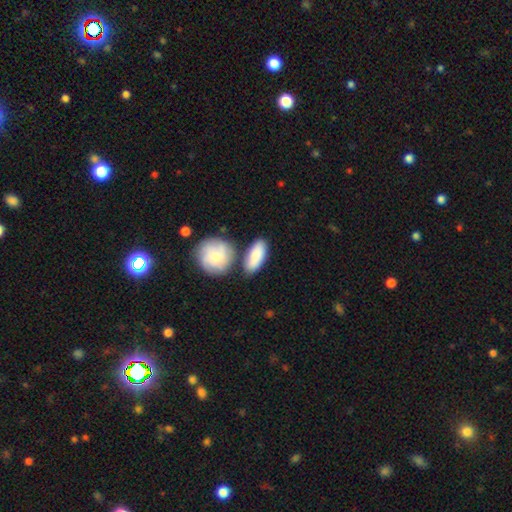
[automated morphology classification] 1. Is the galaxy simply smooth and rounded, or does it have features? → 82% smooth, 13% featured or disk, 5% star or artifact.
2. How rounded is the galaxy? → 82% in between, 13% cigar-shaped, 5% round.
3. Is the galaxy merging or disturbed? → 60% none, 20% merger, 16% minor disturbance, 5% major disturbance.